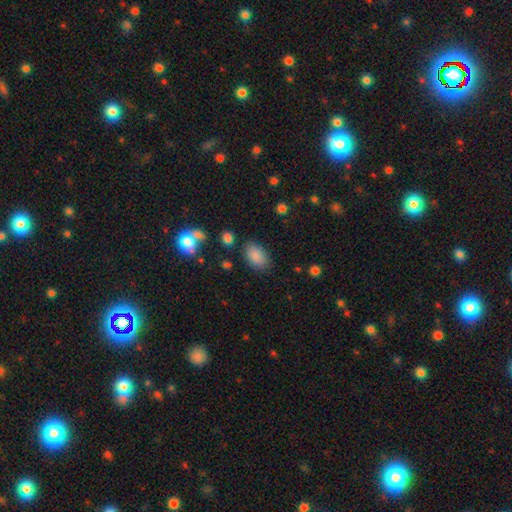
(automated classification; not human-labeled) Q: Smooth or featured?
A: smooth (86%); runner-up: star or artifact (9%)
Q: How rounded?
A: in between (91%); runner-up: round (7%)
Q: Merging?
A: none (80%); runner-up: minor disturbance (13%)